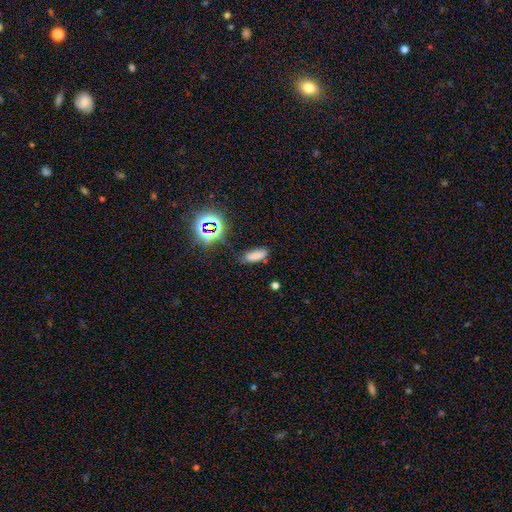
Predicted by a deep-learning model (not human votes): Smooth or featured?
  - smooth: 71% *
  - star or artifact: 21%
  - featured or disk: 8%
How rounded?
  - in between: 61% *
  - cigar-shaped: 35%
  - round: 4%
Merging?
  - none: 69% *
  - minor disturbance: 21%
  - major disturbance: 6%
  - merger: 4%